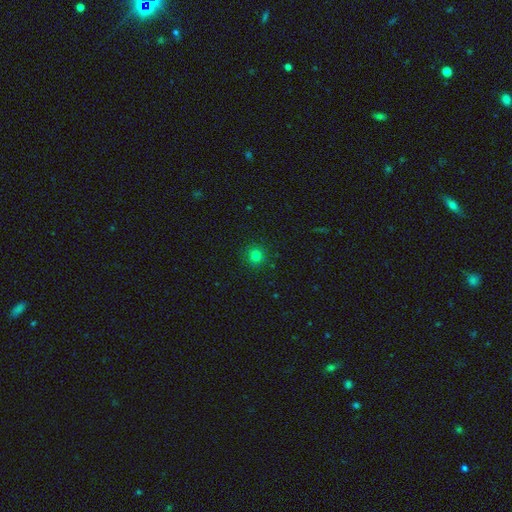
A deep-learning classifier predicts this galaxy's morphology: A smooth galaxy with no disk features (79%) that is round (93%). Merging: none (91%).